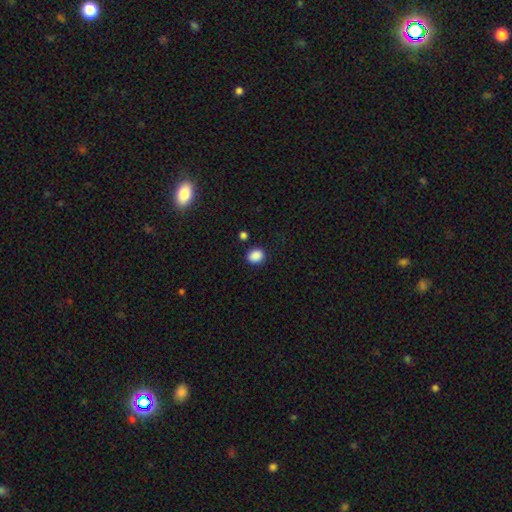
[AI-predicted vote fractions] smooth_or_featured: smooth (p=0.88) [alt: star or artifact p=0.10]
how_rounded: round (p=0.69) [alt: in between p=0.30]
merging: none (p=0.85) [alt: minor disturbance p=0.09]